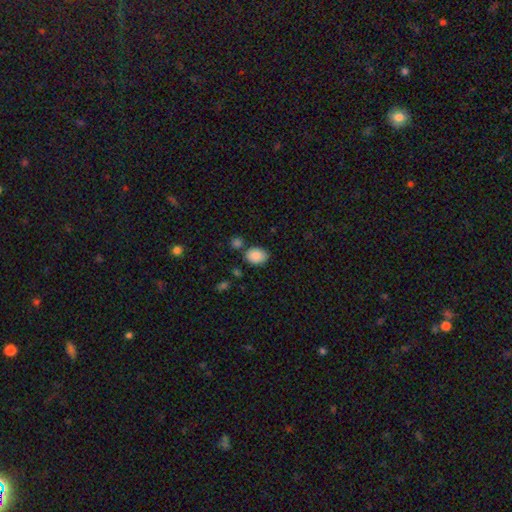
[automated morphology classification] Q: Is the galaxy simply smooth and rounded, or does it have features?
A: smooth — 88%.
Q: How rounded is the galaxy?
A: in between — 74%.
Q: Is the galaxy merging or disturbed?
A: none — 72%.